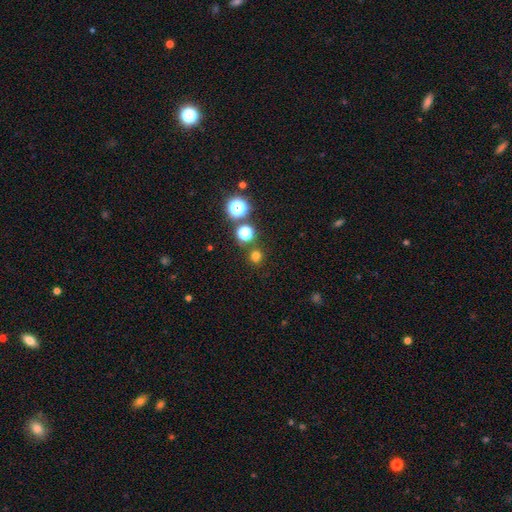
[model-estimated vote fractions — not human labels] Morphology: type=smooth (70%); roundness=round (92%); merging=none (83%).